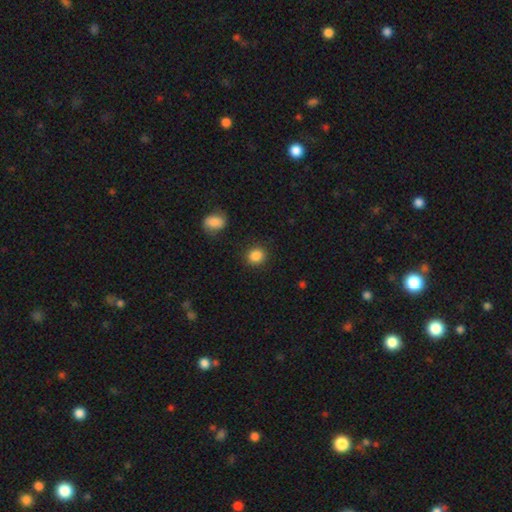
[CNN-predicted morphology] A smooth galaxy with no disk features (87%) that is round (79%). Merging: none (87%).